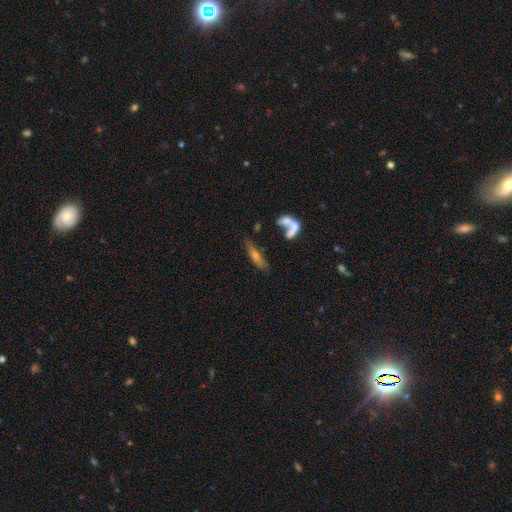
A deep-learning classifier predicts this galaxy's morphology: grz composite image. It shows a smooth galaxy with no disk features (46%). Merging: none (59%).